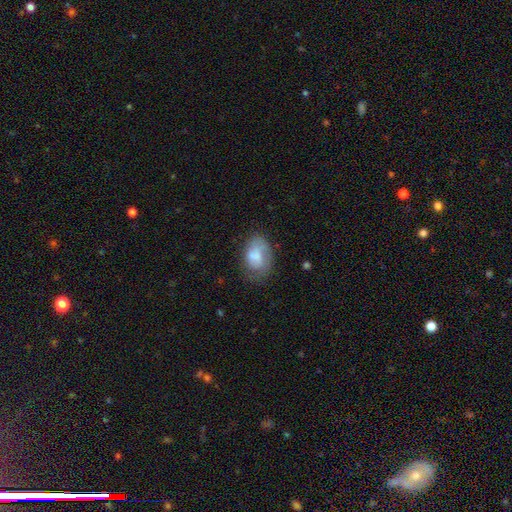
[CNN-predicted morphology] Smooth or featured?
  - smooth: 71% *
  - featured or disk: 21%
  - star or artifact: 7%
How rounded?
  - in between: 84% *
  - round: 15%
  - cigar-shaped: 1%
Merging?
  - none: 50% *
  - minor disturbance: 30%
  - major disturbance: 16%
  - merger: 3%